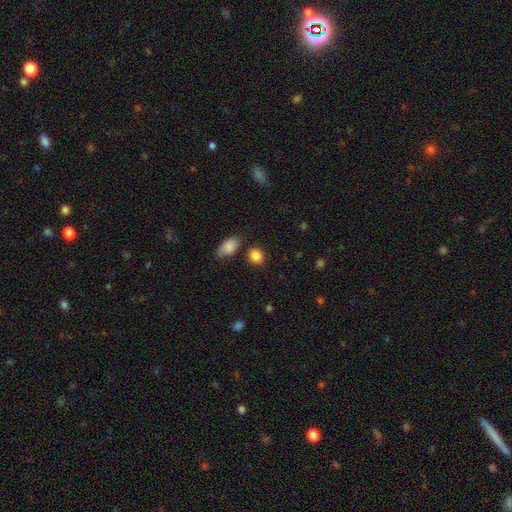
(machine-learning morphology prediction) A smooth galaxy with no disk features (86%) that is round (69%).

Vote fractions:
- Smooth or featured? smooth: 86% / star or artifact: 9% / featured or disk: 4%
- How rounded? round: 69% / in between: 30% / cigar-shaped: 1%
- Merging? none: 79% / minor disturbance: 11% / merger: 7% / major disturbance: 3%